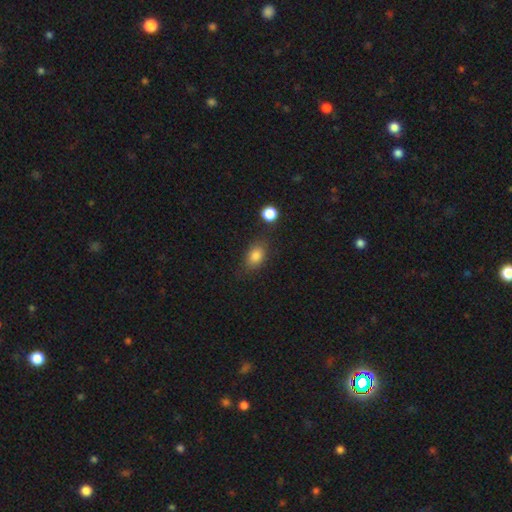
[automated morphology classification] smooth 82%, star or artifact 10%, featured or disk 8%. Down the decision tree: how rounded — in between (77%); merging — none (75%).